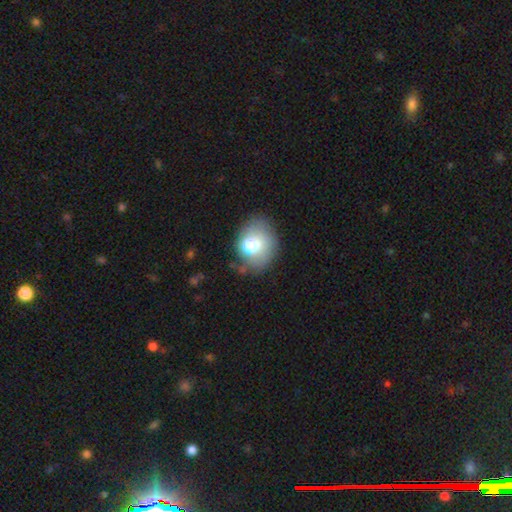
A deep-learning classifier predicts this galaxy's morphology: smooth-or-featured: smooth: 68% | featured or disk: 20% | star or artifact: 11%
  how-rounded: round: 53% | in between: 46% | cigar-shaped: 1%
  merging: none: 65% | minor disturbance: 23% | major disturbance: 8% | merger: 4%